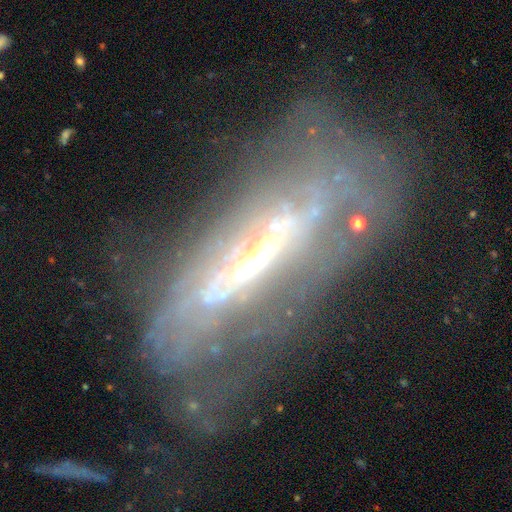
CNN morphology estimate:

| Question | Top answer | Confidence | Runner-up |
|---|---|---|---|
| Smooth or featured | featured or disk | 79% | smooth (12%) |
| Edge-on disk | no | 65% | yes (35%) |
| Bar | strong | 39% | no (34%) |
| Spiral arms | yes | 62% | no (38%) |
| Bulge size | moderate | 46% | small (30%) |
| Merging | none | 50% | major disturbance (24%) |